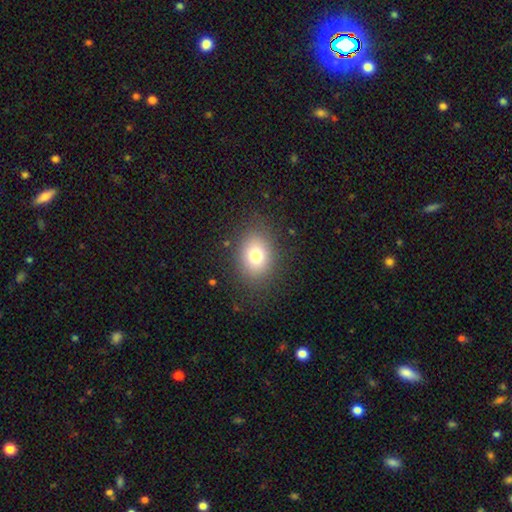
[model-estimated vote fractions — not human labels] Smooth or featured? smooth (76%)
How rounded? in between (55%)
Merging? none (84%)